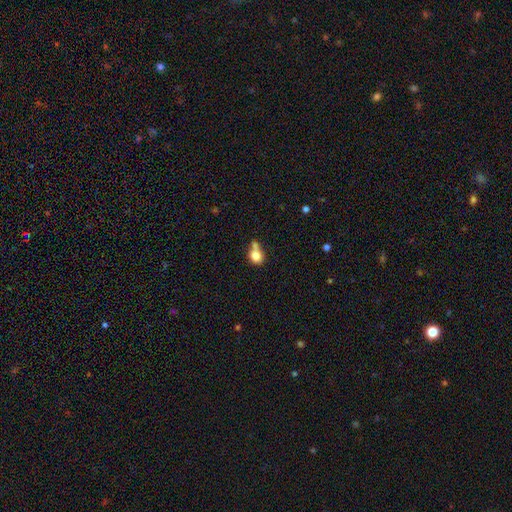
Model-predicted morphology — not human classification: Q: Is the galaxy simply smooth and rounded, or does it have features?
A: smooth — 79%.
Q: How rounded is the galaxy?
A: round — 66%.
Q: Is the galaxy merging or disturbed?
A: merger — 38%, tied with none.